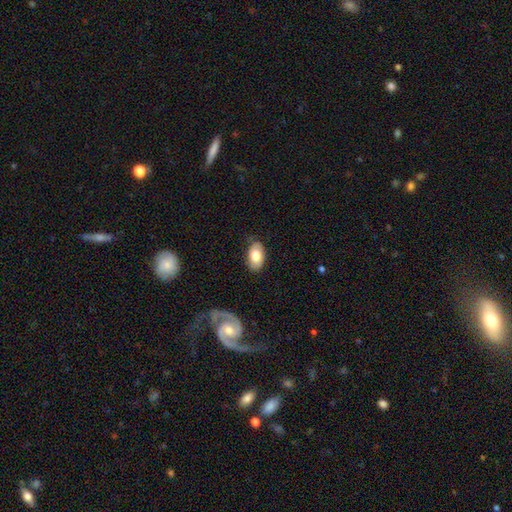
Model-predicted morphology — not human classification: Smooth or featured: smooth — 72% (featured or disk — 22%)
How rounded: in between — 92% (round — 6%)
Merging: none — 77% (minor disturbance — 17%)